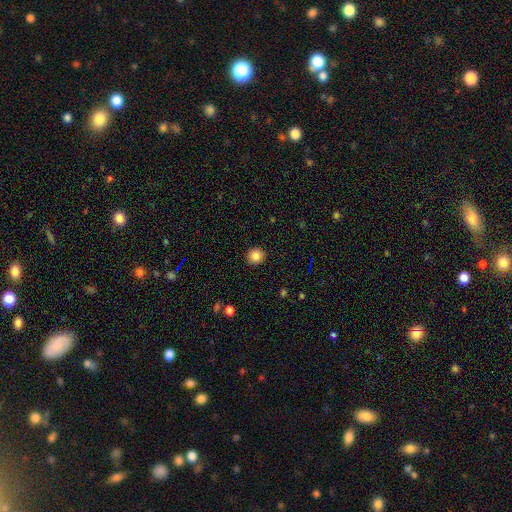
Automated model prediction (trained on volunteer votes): Smooth or featured? smooth (85%)
How rounded? round (92%)
Merging? none (92%)